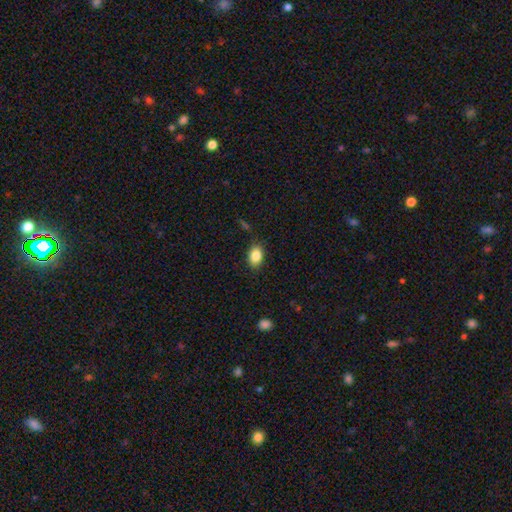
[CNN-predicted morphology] A smooth galaxy with no disk features (85%) that is in between round and cigar-shaped (81%).

Vote fractions:
- Smooth or featured? smooth: 85% / star or artifact: 8% / featured or disk: 6%
- How rounded? in between: 81% / round: 17% / cigar-shaped: 1%
- Merging? none: 85% / minor disturbance: 11% / major disturbance: 3% / merger: 2%